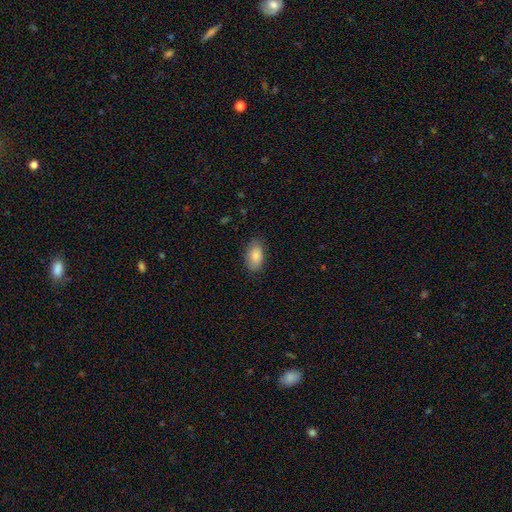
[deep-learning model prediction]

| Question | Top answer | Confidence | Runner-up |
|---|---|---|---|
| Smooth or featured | smooth | 85% | featured or disk (9%) |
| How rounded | in between | 93% | round (5%) |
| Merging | none | 78% | minor disturbance (17%) |